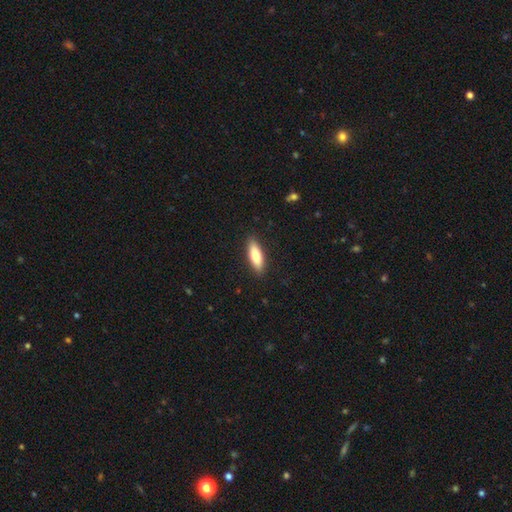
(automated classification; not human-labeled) The model was most divided on "how rounded" (2-way tie): in between: 49%, cigar-shaped: 49%, round: 2%. More confident: merging — none (89%); smooth or featured — smooth (79%).